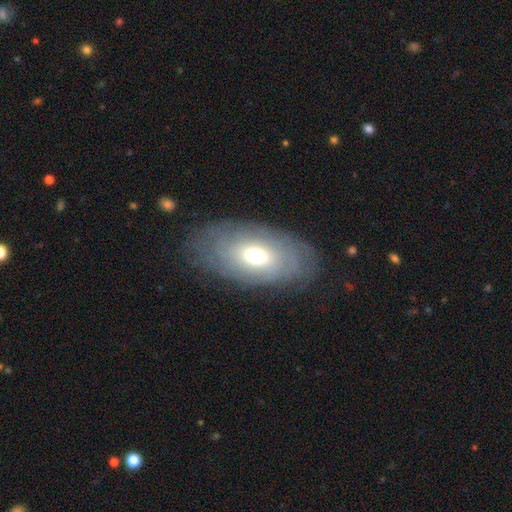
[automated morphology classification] Q: Smooth or featured?
A: featured or disk (50%); runner-up: smooth (43%)
Q: Merging?
A: none (79%); runner-up: minor disturbance (14%)